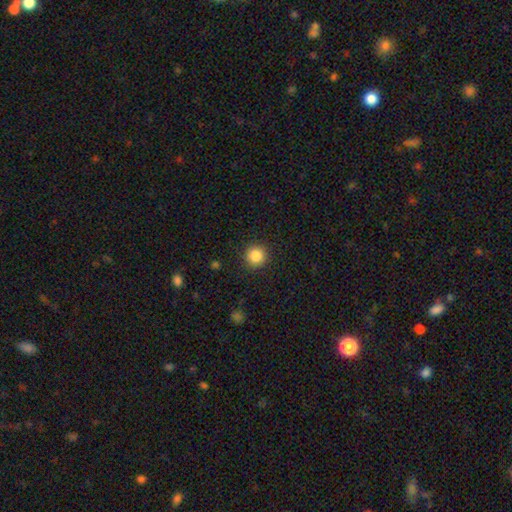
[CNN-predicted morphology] The model was most divided on "smooth or featured": smooth: 86%, star or artifact: 11%, featured or disk: 4%. More confident: how rounded — round (95%); merging — none (91%).